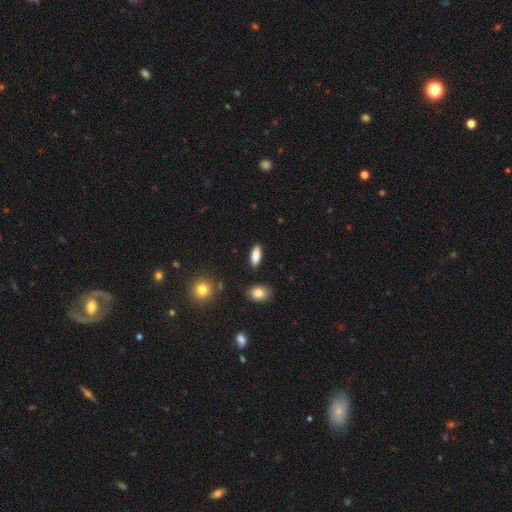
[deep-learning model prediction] A smooth galaxy with no disk features (86%) that is in between round and cigar-shaped (72%).

Vote fractions:
- Smooth or featured? smooth: 86% / featured or disk: 7% / star or artifact: 7%
- How rounded? in between: 72% / cigar-shaped: 25% / round: 3%
- Merging? none: 88% / minor disturbance: 8% / major disturbance: 2% / merger: 2%